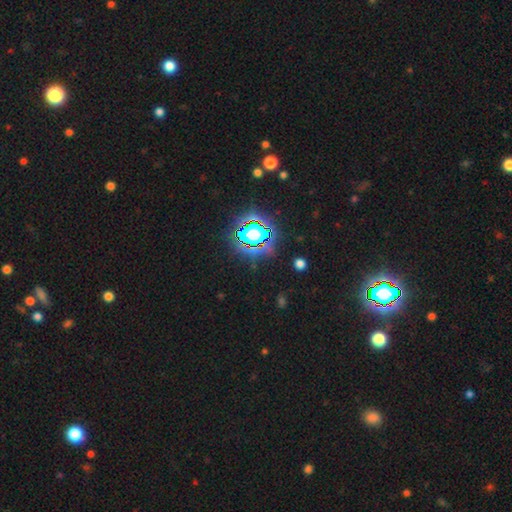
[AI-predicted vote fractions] smooth_or_featured: star or artifact (p=0.85) [alt: smooth p=0.09]